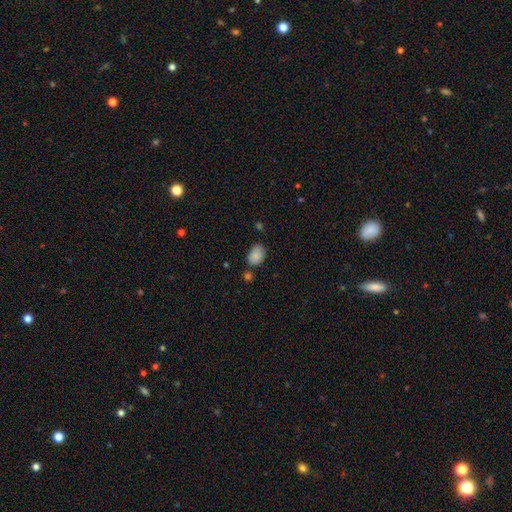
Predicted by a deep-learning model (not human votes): Smooth or featured?
  - smooth: 86% *
  - star or artifact: 9%
  - featured or disk: 5%
How rounded?
  - in between: 80% *
  - round: 19%
  - cigar-shaped: 1%
Merging?
  - none: 68% *
  - minor disturbance: 21%
  - merger: 7%
  - major disturbance: 4%